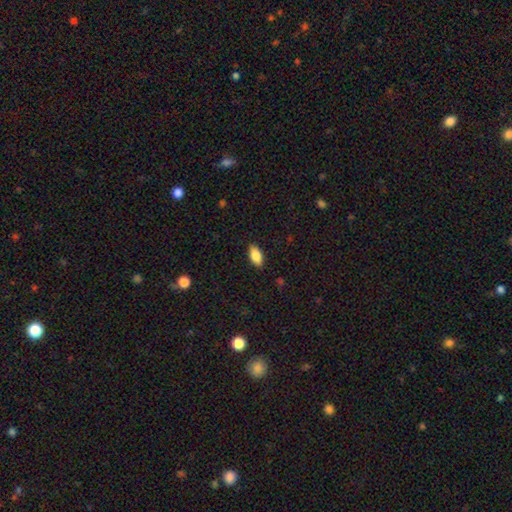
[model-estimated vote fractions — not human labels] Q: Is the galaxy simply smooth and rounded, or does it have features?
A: smooth — 86%.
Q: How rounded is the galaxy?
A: in between — 91%.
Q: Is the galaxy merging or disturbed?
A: none — 88%.